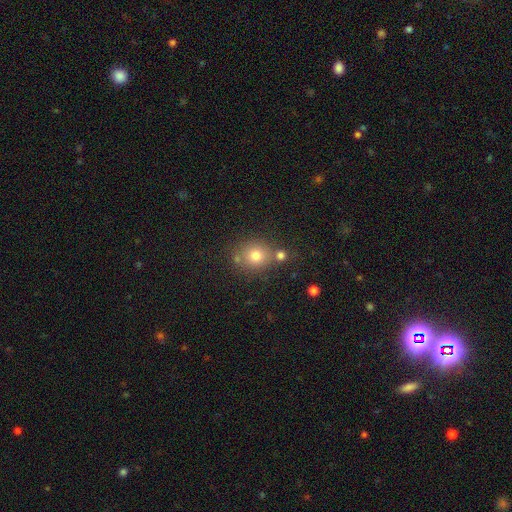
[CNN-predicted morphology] Smooth or featured? smooth (75%)
How rounded? round (82%)
Merging? none (67%)